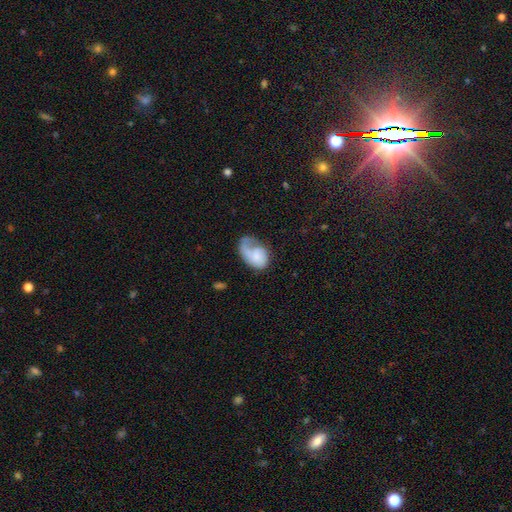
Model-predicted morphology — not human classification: A smooth galaxy with no disk features (50%). Merging: major disturbance (43%).